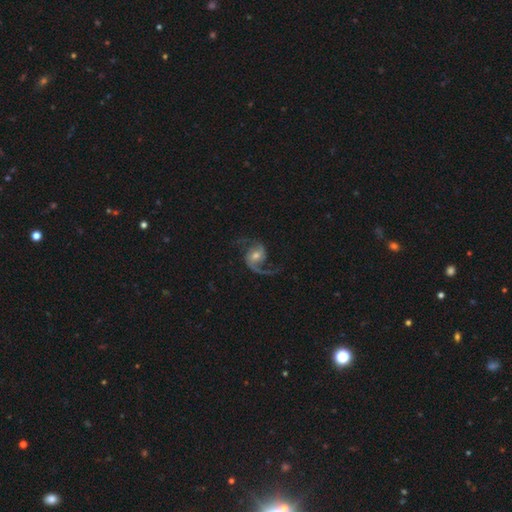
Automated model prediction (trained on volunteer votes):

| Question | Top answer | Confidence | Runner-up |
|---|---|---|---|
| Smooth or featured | featured or disk | 89% | smooth (6%) |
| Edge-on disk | no | 98% | yes (2%) |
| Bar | no | 50% | weak (37%) |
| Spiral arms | yes | 97% | no (3%) |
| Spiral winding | loose | 58% | medium (36%) |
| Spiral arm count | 2 | 92% | 1 (4%) |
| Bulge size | moderate | 54% | small (38%) |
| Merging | none | 73% | minor disturbance (13%) |